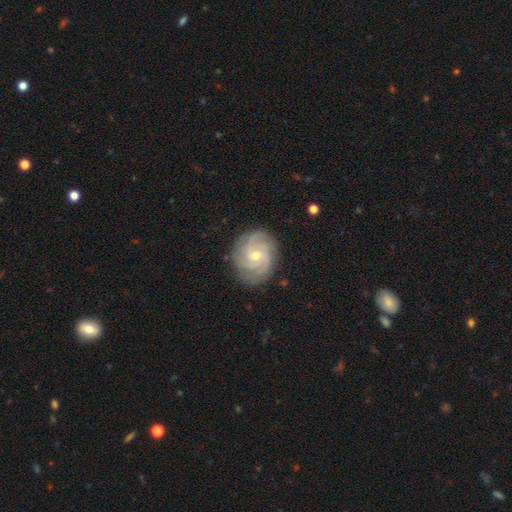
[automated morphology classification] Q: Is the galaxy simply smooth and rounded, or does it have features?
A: featured or disk — 86%.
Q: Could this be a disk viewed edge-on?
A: no — 98%.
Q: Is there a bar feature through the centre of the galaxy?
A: no — 63%.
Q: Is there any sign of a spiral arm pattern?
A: yes — 97%.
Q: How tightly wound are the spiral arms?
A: tight — 68%.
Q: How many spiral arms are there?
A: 3 — 31%.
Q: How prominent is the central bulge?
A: small — 55%.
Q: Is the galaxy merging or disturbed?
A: none — 84%.